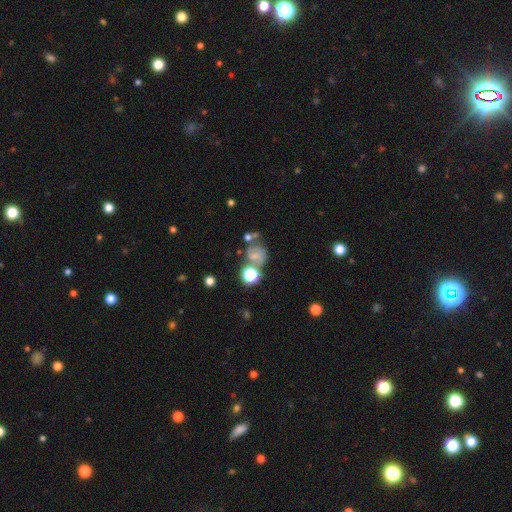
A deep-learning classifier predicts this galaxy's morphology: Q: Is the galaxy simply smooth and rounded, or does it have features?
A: smooth — 48%.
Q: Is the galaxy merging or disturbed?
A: none — 40%.